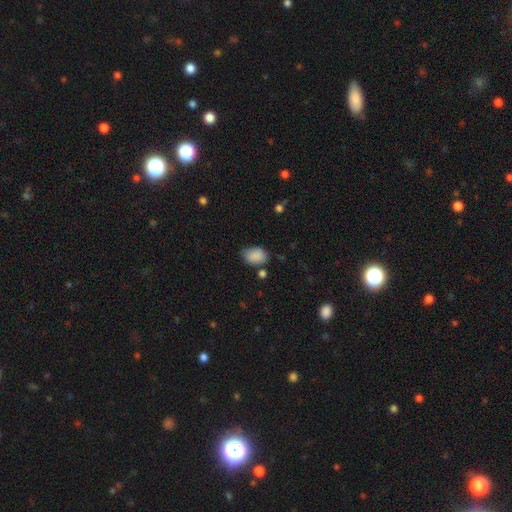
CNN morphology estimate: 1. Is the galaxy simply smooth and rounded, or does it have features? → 86% smooth, 8% star or artifact, 5% featured or disk.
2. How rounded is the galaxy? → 81% in between, 18% round, 1% cigar-shaped.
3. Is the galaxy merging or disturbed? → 60% none, 29% minor disturbance, 6% major disturbance, 5% merger.